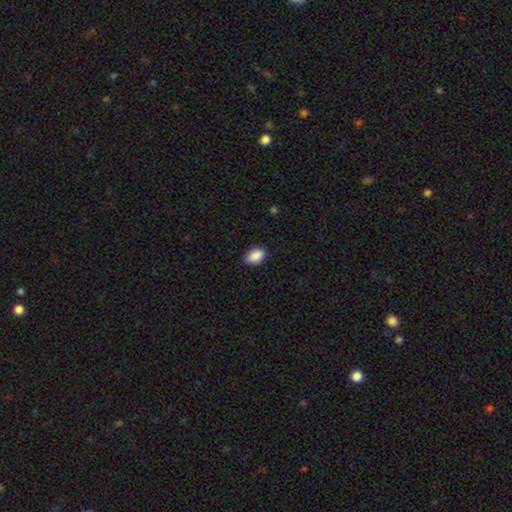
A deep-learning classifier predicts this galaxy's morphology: Overall: smooth (89%). How rounded: in between (87%). Merging: none (81%).